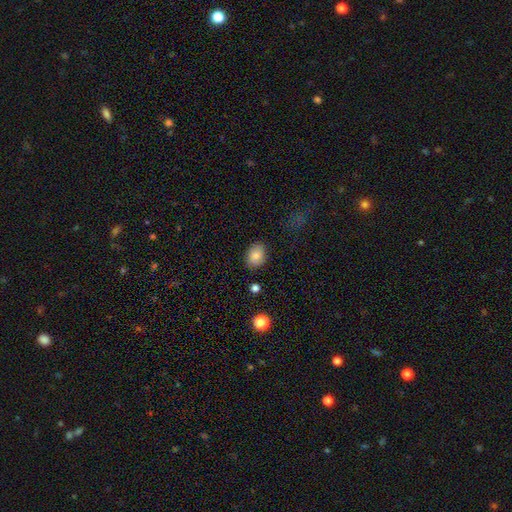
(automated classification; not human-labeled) smooth_or_featured: smooth (p=0.82) [alt: featured or disk p=0.10]
how_rounded: in between (p=0.65) [alt: round p=0.34]
merging: none (p=0.84) [alt: minor disturbance p=0.11]